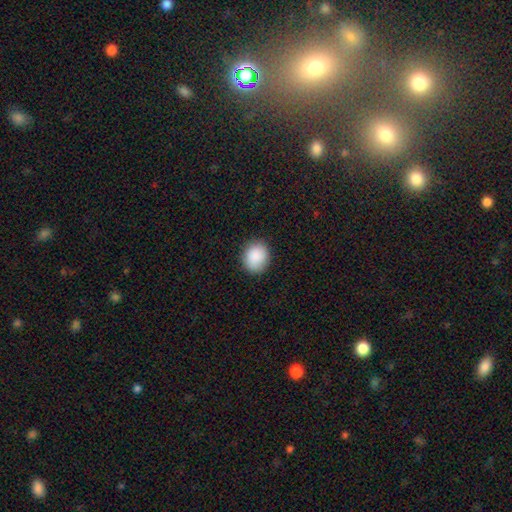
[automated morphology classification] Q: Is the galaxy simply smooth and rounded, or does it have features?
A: smooth — 88%.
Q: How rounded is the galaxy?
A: round — 65%.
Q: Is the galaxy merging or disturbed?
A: none — 86%.